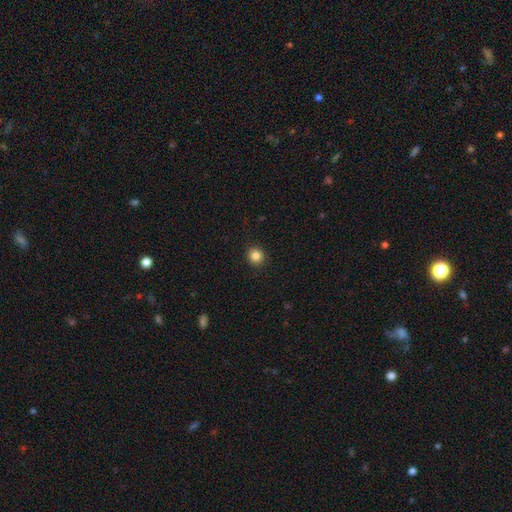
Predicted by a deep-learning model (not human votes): Q: Smooth or featured?
A: smooth (84%); runner-up: star or artifact (11%)
Q: How rounded?
A: round (90%); runner-up: in between (9%)
Q: Merging?
A: none (92%); runner-up: minor disturbance (5%)